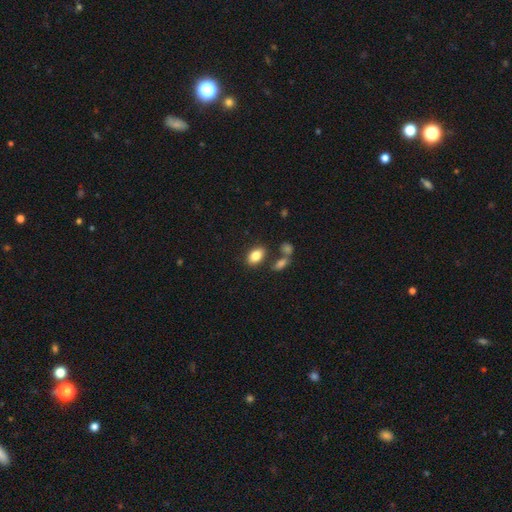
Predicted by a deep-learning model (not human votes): smooth 84%, star or artifact 8%, featured or disk 8%. Down the decision tree: how rounded — in between (87%); merging — none (75%).